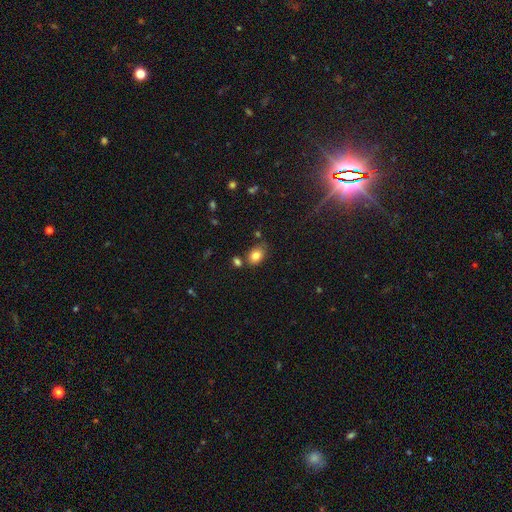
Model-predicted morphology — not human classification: This appears to be a smooth galaxy with no disk features (82%) that is in between round and cigar-shaped (77%). Merging: none (68%).